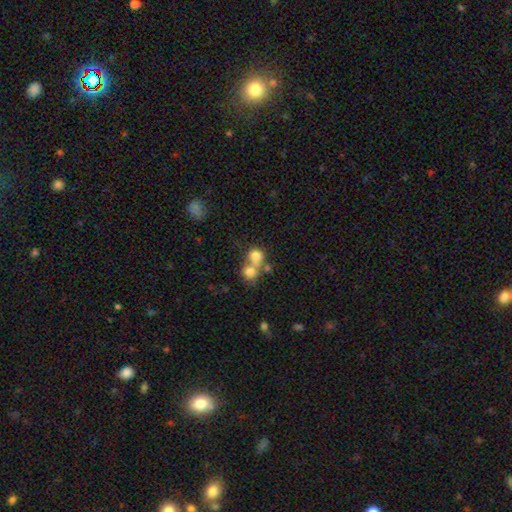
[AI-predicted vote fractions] Morphology: type=smooth (74%); roundness=round (76%); merging=merger (58%).